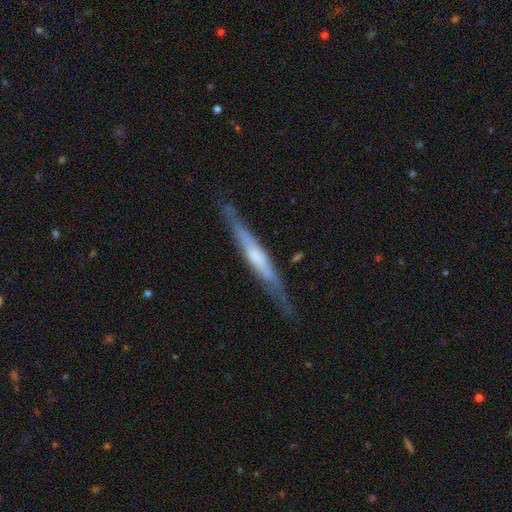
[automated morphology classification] type=featured or disk (63%); edge-on=yes (92%); edge-on bulge=none (40%); merging=none (78%).